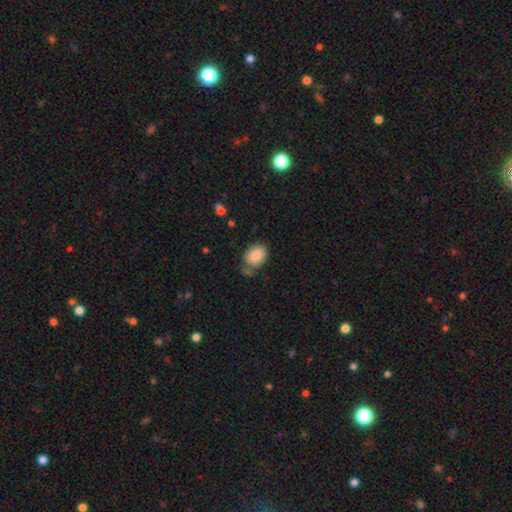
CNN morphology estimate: Smooth or featured? Predicted: smooth (p=0.85). How rounded? Predicted: in between (p=0.66). Merging? Predicted: none (p=0.66).